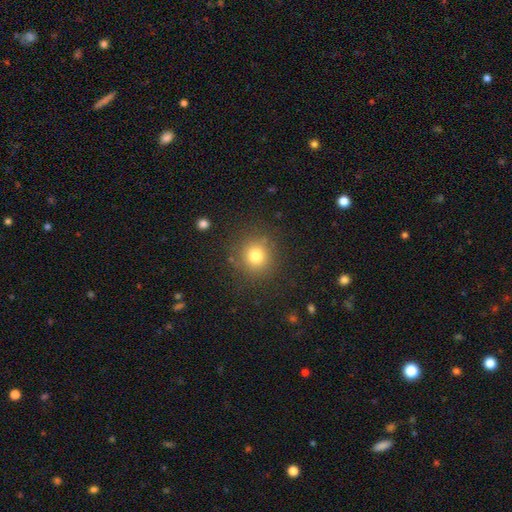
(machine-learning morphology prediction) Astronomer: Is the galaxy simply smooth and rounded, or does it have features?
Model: smooth — 77%.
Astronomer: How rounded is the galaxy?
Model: round — 90%.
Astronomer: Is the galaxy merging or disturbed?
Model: none — 85%.